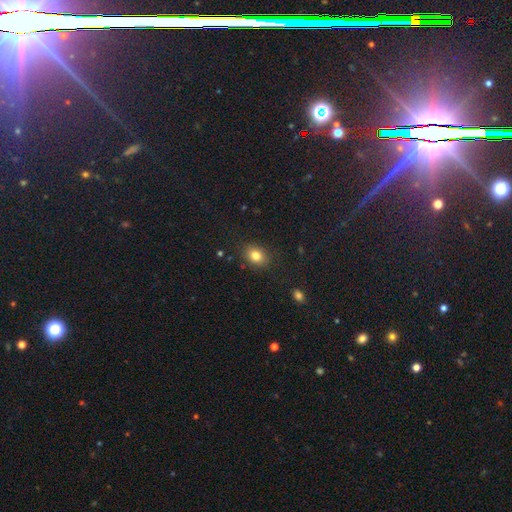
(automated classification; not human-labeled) Smooth or featured: smooth — 82% (star or artifact — 11%)
How rounded: in between — 58% (round — 41%)
Merging: none — 85% (minor disturbance — 10%)